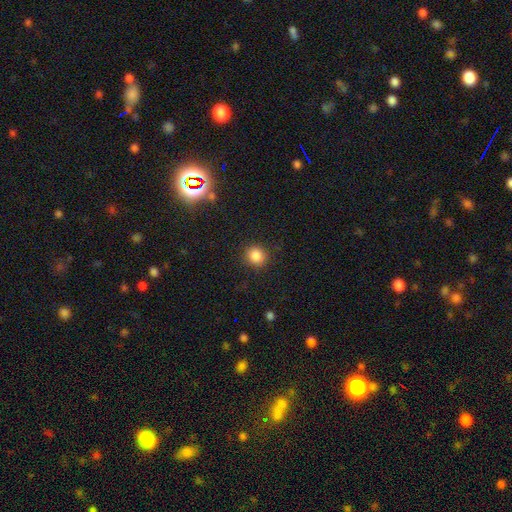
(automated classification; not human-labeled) Smooth or featured: smooth — 85% (star or artifact — 11%)
How rounded: round — 87% (in between — 12%)
Merging: none — 88% (minor disturbance — 8%)